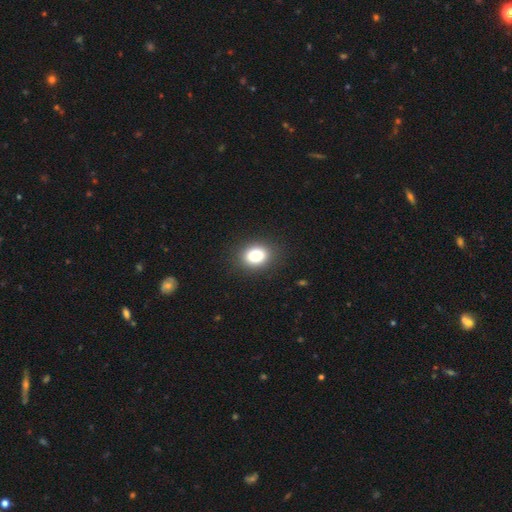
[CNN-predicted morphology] Q: Smooth or featured?
A: smooth (81%); runner-up: star or artifact (11%)
Q: How rounded?
A: in between (55%); runner-up: round (44%)
Q: Merging?
A: none (88%); runner-up: minor disturbance (8%)